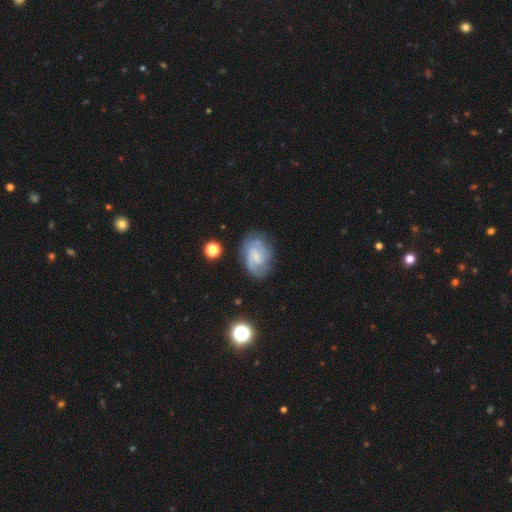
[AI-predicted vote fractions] smooth_or_featured: featured or disk (p=0.74) [alt: smooth p=0.19]
disk_edge_on: no (p=0.97) [alt: yes p=0.03]
bar: no (p=0.52) [alt: weak p=0.42]
has_spiral_arms: yes (p=0.93) [alt: no p=0.07]
spiral_winding: tight (p=0.45) [alt: medium p=0.41]
spiral_arm_count: 2 (p=0.50) [alt: can't tell p=0.26]
bulge_size: small (p=0.68) [alt: moderate p=0.19]
merging: none (p=0.70) [alt: minor disturbance p=0.20]